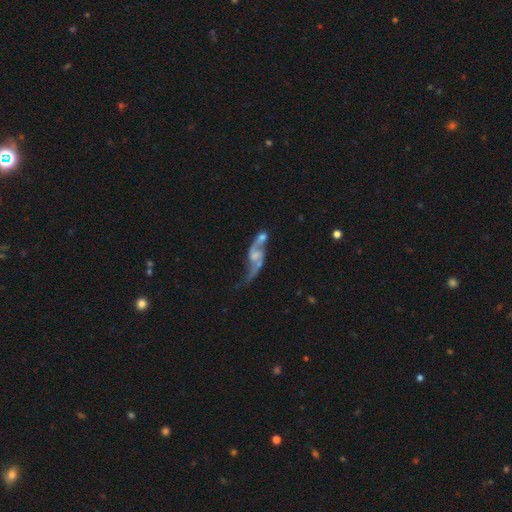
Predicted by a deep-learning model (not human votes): Smooth or featured? Predicted: featured or disk (p=0.81). Edge-on disk? Predicted: no (p=0.92). Bar? Predicted: no (p=0.48). Spiral arms? Predicted: yes (p=0.87). Spiral winding? Predicted: loose (p=0.82). Spiral arm count? Predicted: 2 (p=0.88). Bulge size? Predicted: small (p=0.35). Merging? Predicted: none (p=0.36).